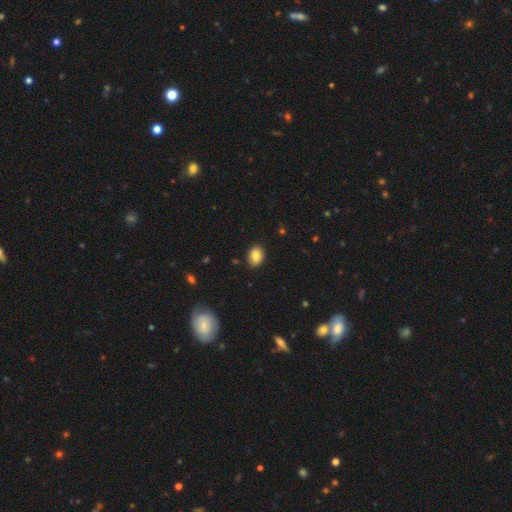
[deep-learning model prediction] The model was most divided on "how rounded": in between: 69%, round: 30%, cigar-shaped: 1%. More confident: merging — none (88%); smooth or featured — smooth (85%).